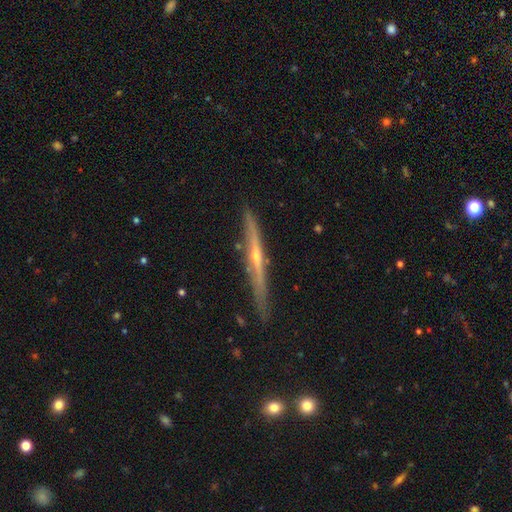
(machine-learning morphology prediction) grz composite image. It shows a featured or disk galaxy (80%) viewed edge-on (97%) with a rounded central bulge (74%). Merging: none (86%).